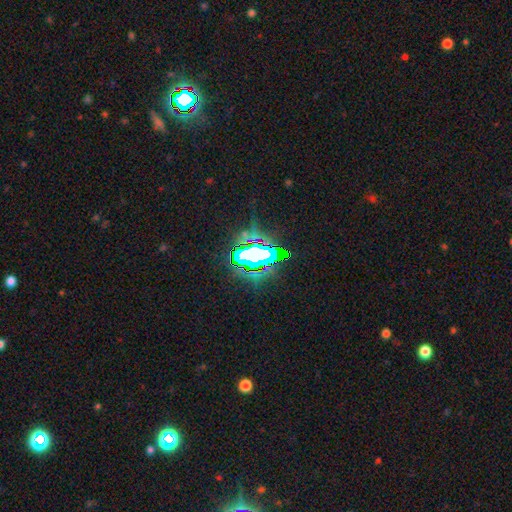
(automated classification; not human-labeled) The model was most divided on "smooth or featured": star or artifact: 65%, featured or disk: 18%, smooth: 17%.